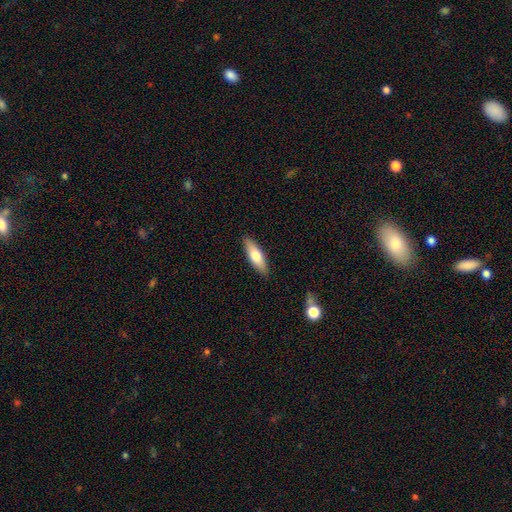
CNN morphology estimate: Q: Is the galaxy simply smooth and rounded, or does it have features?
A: smooth — 67%.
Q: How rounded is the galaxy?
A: in between — 51%.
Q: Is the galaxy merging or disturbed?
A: none — 89%.